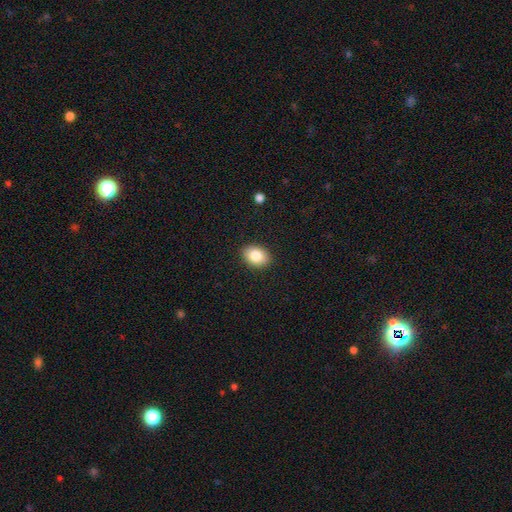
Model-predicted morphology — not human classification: type=smooth (84%); roundness=in between (75%); merging=none (89%).